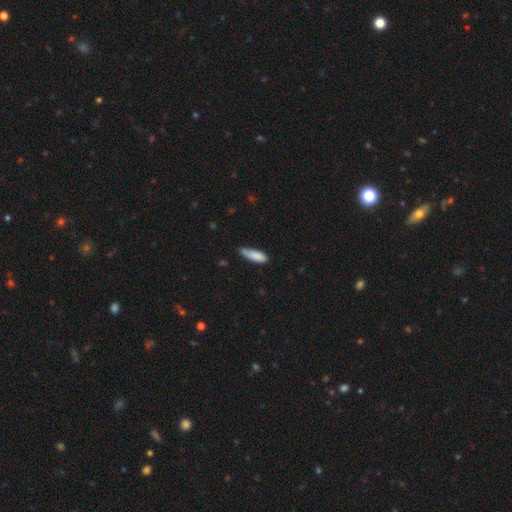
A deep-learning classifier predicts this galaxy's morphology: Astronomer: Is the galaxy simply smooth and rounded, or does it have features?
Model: smooth — 86%.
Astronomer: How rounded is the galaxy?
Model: cigar-shaped — 50% (runner-up: in between, 48%).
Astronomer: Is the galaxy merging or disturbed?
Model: none — 62%.